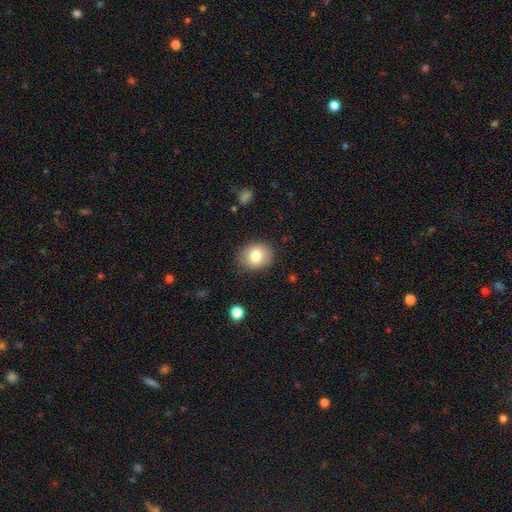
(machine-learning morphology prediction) This appears to be a smooth galaxy with no disk features (81%) that is round (66%). Merging: none (85%).